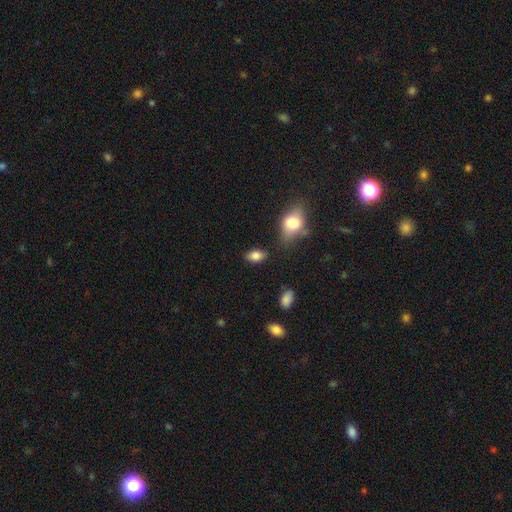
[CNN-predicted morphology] Smooth or featured: smooth — 80% (featured or disk — 11%)
How rounded: in between — 86% (round — 10%)
Merging: none — 76% (minor disturbance — 15%)